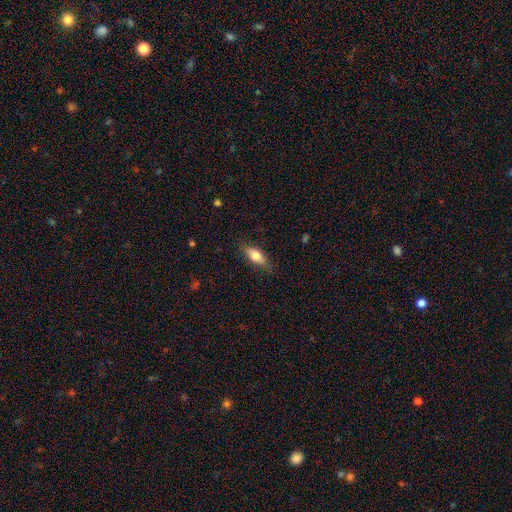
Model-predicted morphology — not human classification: The model was most divided on "smooth or featured": smooth: 72%, featured or disk: 21%, star or artifact: 7%. More confident: merging — none (77%); how rounded — in between (76%).